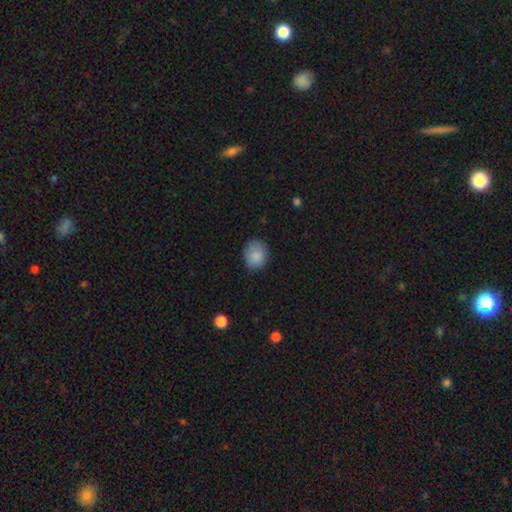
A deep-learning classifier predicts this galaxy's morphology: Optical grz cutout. It shows a smooth galaxy with no disk features (87%) that is round (58%). Merging: none (78%).